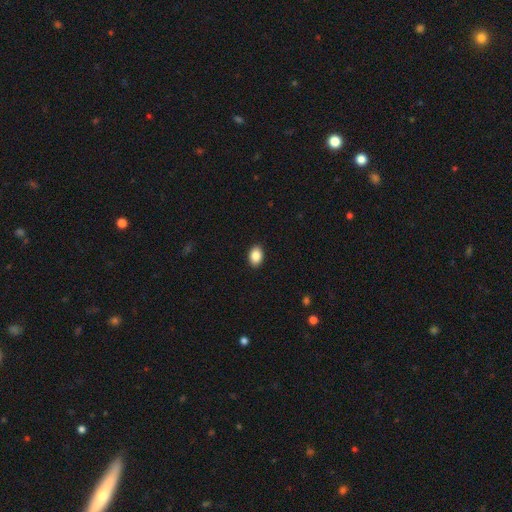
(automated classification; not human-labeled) smooth-or-featured: smooth: 88% | star or artifact: 8% | featured or disk: 4%
  how-rounded: in between: 82% | round: 17% | cigar-shaped: 1%
  merging: none: 91% | minor disturbance: 7% | major disturbance: 2% | merger: 1%